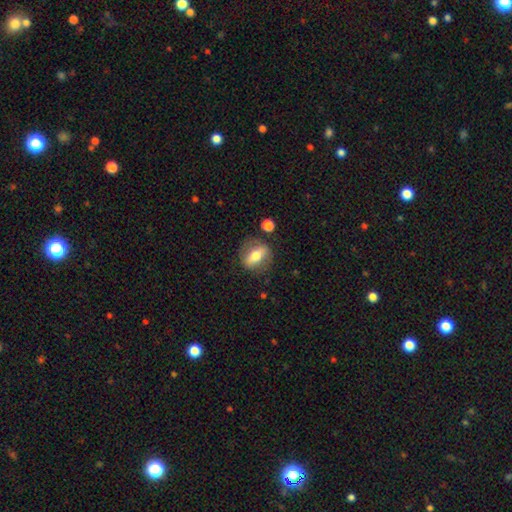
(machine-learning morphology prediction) Smooth or featured: smooth — 50% (featured or disk — 43%)
Merging: none — 76% (minor disturbance — 14%)